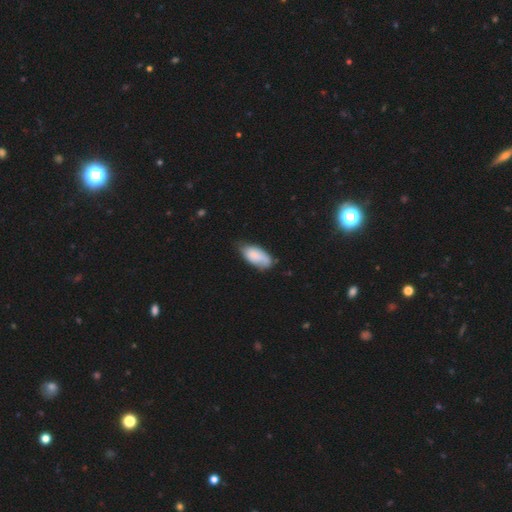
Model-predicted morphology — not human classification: Overall: smooth (80%). How rounded: in between (92%). Merging: none (50%; minor disturbance 39%).